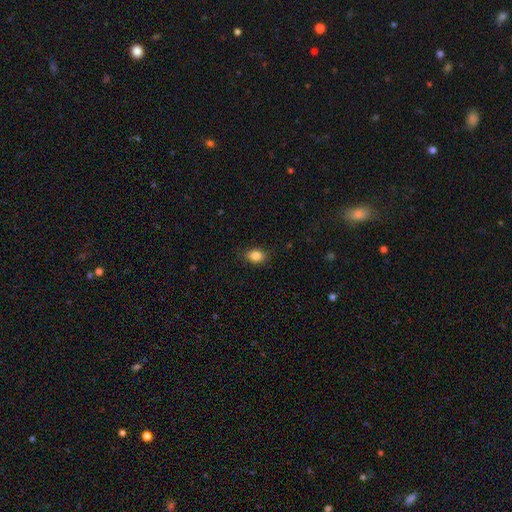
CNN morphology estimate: type=smooth (86%); roundness=in between (74%); merging=none (84%).